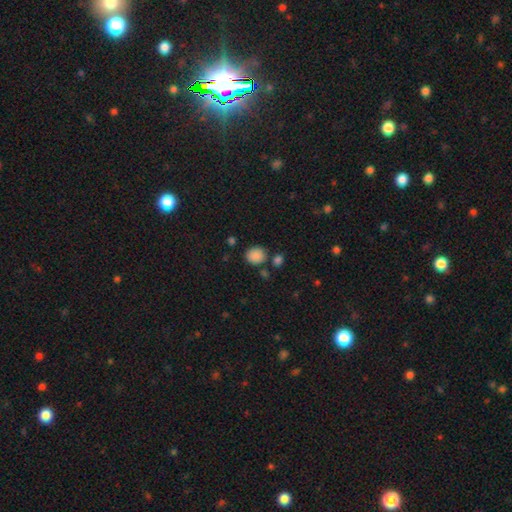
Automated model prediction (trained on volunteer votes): A smooth galaxy with no disk features (87%) that is round (77%). Merging: none (76%).